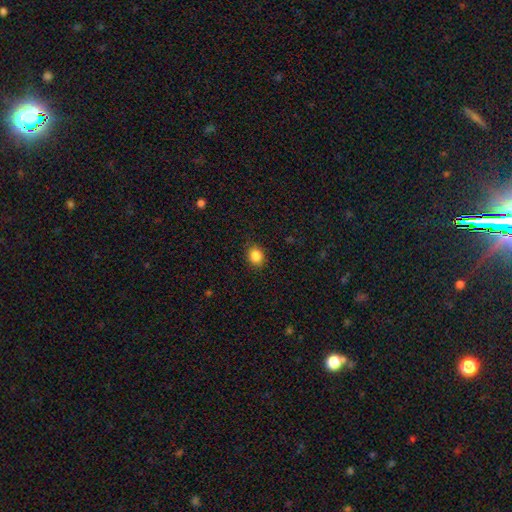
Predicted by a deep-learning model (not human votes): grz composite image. It shows a smooth galaxy with no disk features (86%) that is round (64%). Merging: none (88%).